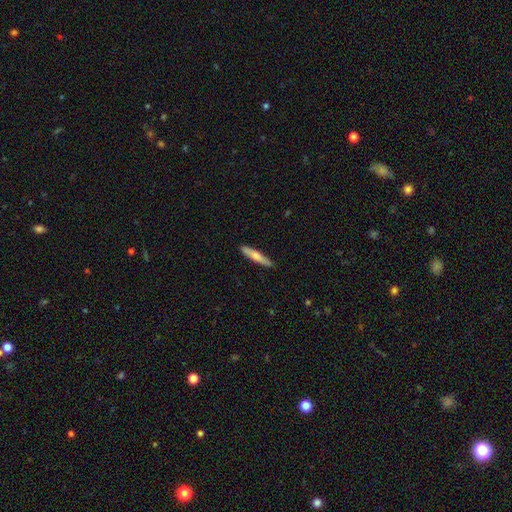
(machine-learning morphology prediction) smooth 66%, featured or disk 29%, star or artifact 5%. Down the decision tree: how rounded — cigar-shaped (90%); merging — none (89%).